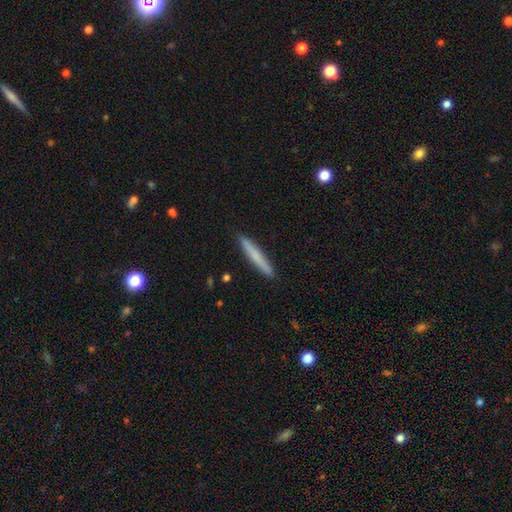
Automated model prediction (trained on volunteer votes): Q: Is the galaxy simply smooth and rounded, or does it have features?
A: smooth — 70%.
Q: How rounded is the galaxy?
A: cigar-shaped — 96%.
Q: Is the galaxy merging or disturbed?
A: none — 91%.